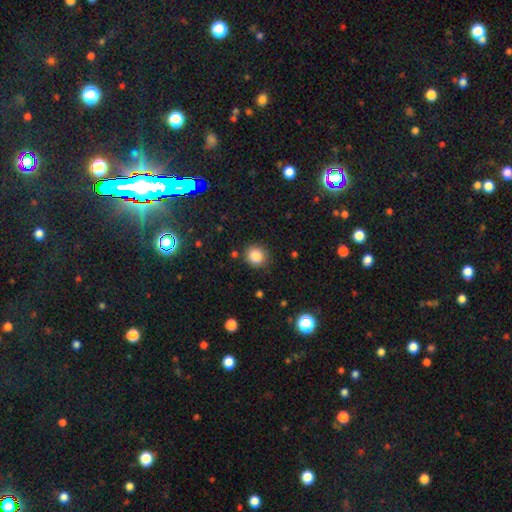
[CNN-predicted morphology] Smooth or featured: smooth — 86% (star or artifact — 11%)
How rounded: round — 86% (in between — 14%)
Merging: none — 85% (minor disturbance — 10%)